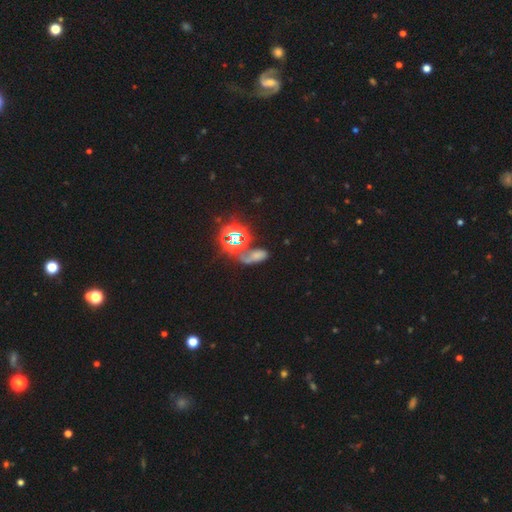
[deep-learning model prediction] smooth-or-featured: smooth: 43% | star or artifact: 39% | featured or disk: 18%
  merging: none: 35% | merger: 25% | major disturbance: 22% | minor disturbance: 19%